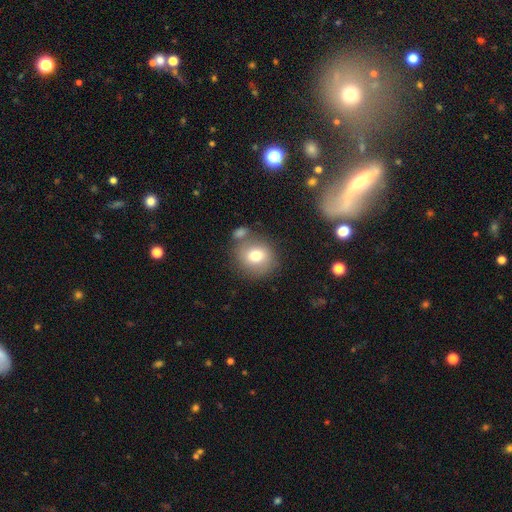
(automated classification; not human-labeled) A smooth galaxy with no disk features (74%) that is round (82%).

Vote fractions:
- Smooth or featured? smooth: 74% / featured or disk: 16% / star or artifact: 10%
- How rounded? round: 82% / in between: 17% / cigar-shaped: 1%
- Merging? none: 66% / merger: 16% / minor disturbance: 13% / major disturbance: 5%